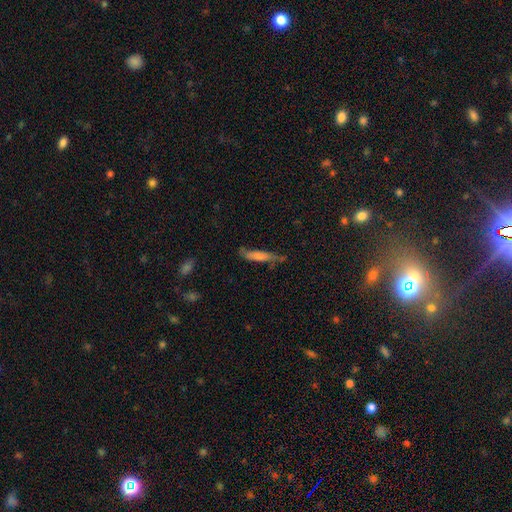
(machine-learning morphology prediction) The model was most divided on "smooth or featured": smooth: 56%, featured or disk: 34%, star or artifact: 10%. More confident: how rounded — cigar-shaped (82%); merging — none (61%).